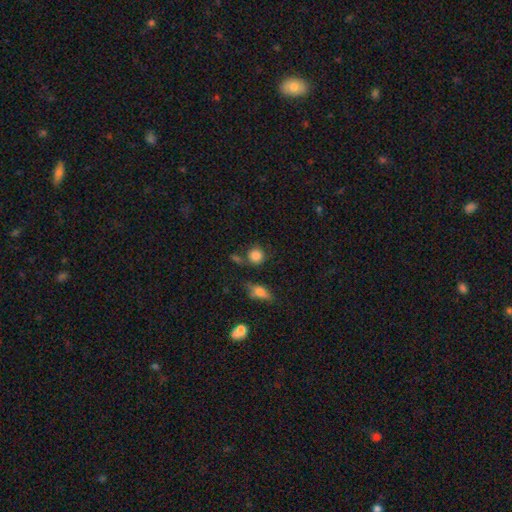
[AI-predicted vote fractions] This appears to be a smooth galaxy with no disk features (84%) that is round (87%). Merging: none (69%).